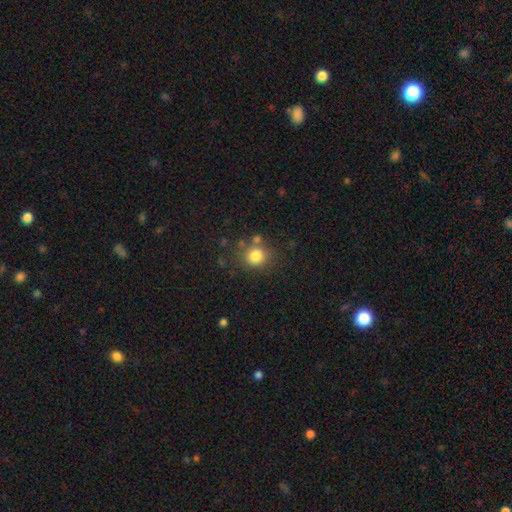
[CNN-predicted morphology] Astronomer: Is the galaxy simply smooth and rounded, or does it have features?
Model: smooth — 82%.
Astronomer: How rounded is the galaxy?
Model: round — 83%.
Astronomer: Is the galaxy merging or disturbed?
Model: none — 73%.